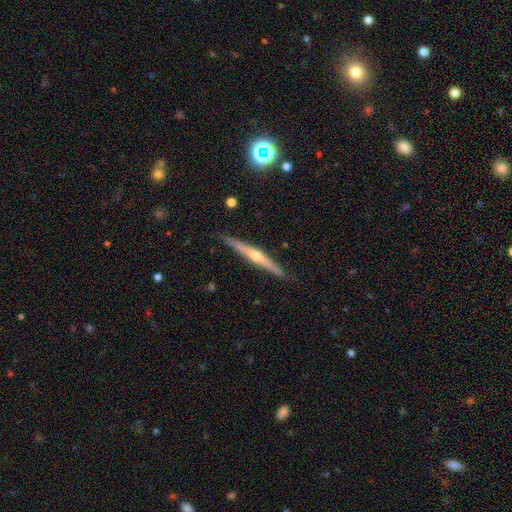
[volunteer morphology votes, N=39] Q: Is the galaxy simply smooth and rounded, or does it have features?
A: featured or disk — 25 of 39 (64%).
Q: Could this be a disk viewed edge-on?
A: yes — 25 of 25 (100%).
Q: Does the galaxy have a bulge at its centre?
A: rounded — 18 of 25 (72%).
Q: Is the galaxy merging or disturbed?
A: none — 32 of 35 (91%).